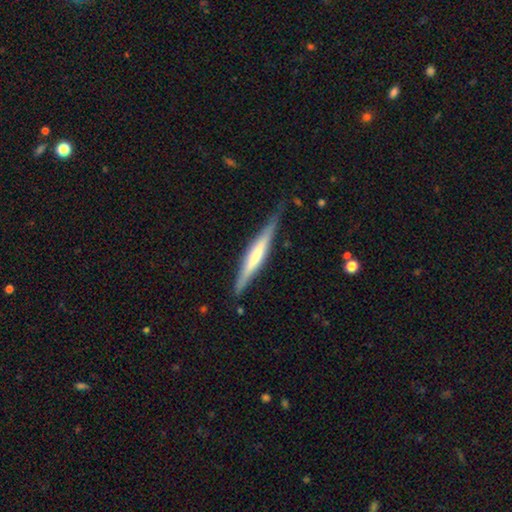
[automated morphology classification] type=featured or disk (56%); edge-on=yes (95%); edge-on bulge=none (44%); merging=none (78%).